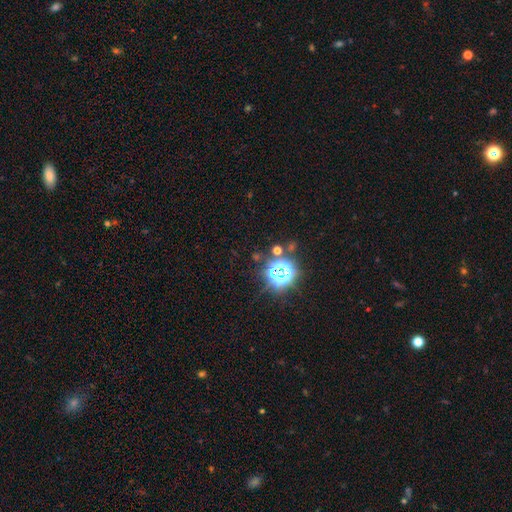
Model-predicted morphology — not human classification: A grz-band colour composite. It shows a star or artifact, not a galaxy (73%).